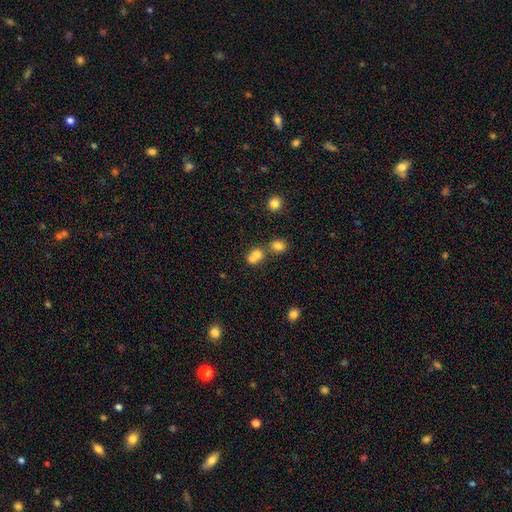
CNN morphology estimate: Overall: smooth (73%). How rounded: round (66%; in between 32%). Merging: merger (60%; none 30%).